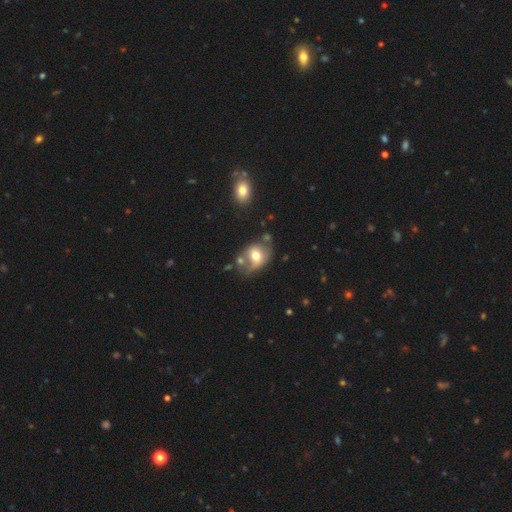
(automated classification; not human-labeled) Q: Smooth or featured?
A: smooth (58%); runner-up: featured or disk (34%)
Q: How rounded?
A: in between (58%); runner-up: round (41%)
Q: Merging?
A: none (42%); runner-up: minor disturbance (25%)